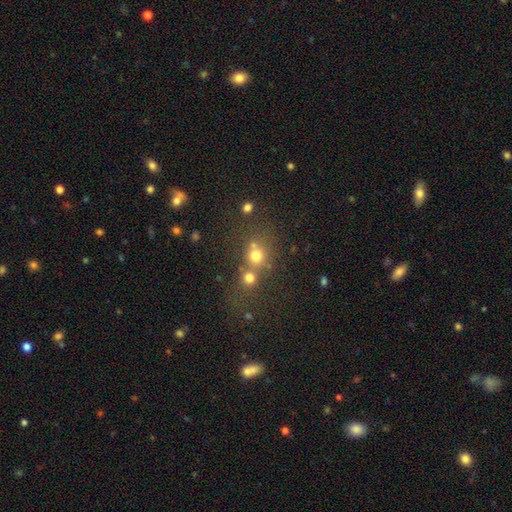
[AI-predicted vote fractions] Smooth or featured: smooth — 70% (star or artifact — 19%)
How rounded: round — 82% (in between — 17%)
Merging: none — 48% (merger — 39%)